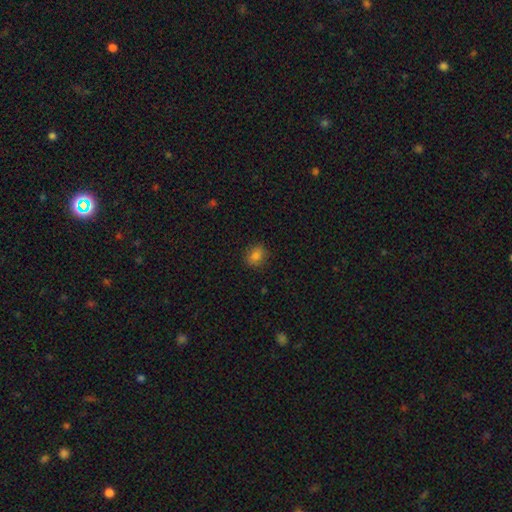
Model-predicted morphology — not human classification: Smooth or featured: smooth — 82% (star or artifact — 13%)
How rounded: round — 55% (in between — 44%)
Merging: none — 85% (minor disturbance — 11%)